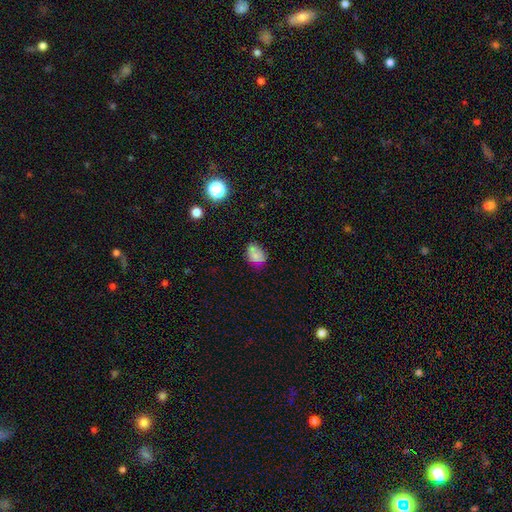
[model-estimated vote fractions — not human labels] The model was most divided on "how rounded": in between: 64%, round: 34%, cigar-shaped: 1%. More confident: smooth or featured — smooth (70%); merging — none (63%).